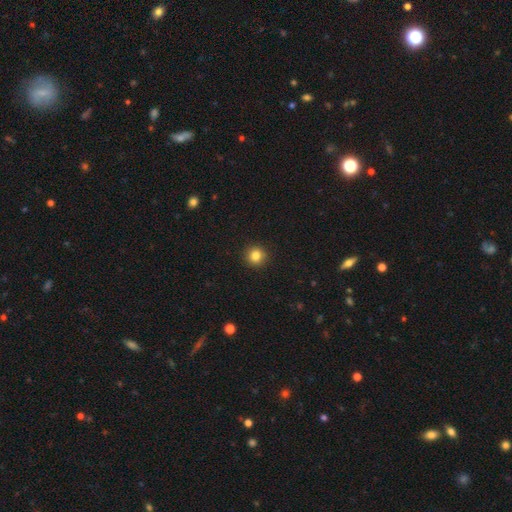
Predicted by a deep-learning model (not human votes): Overall: smooth (83%). How rounded: round (94%). Merging: none (93%).